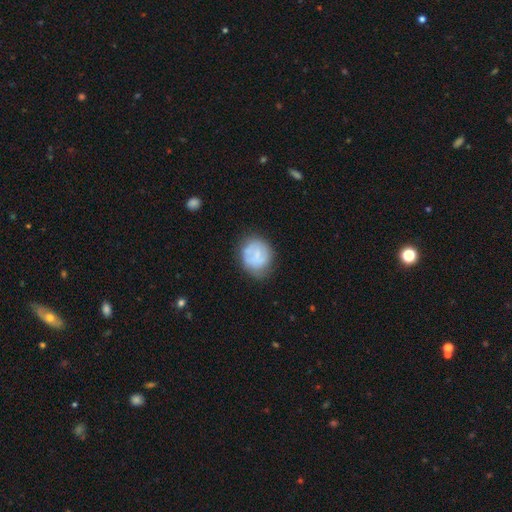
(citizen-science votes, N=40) Morphology: type=smooth (57%); roundness=round (74%); merging=none (50%).